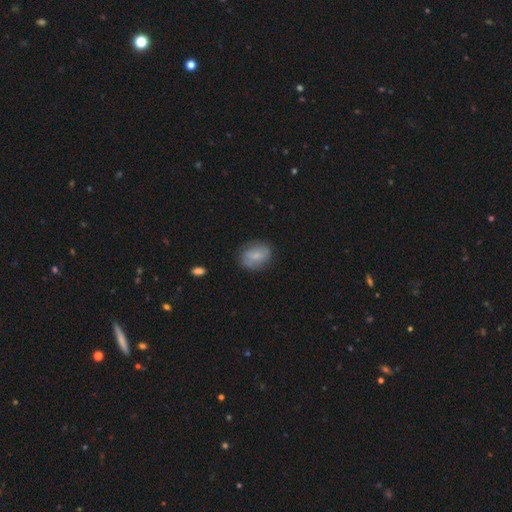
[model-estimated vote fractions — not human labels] Smooth or featured: smooth — 74% (featured or disk — 18%)
How rounded: in between — 58% (round — 41%)
Merging: none — 75% (minor disturbance — 18%)